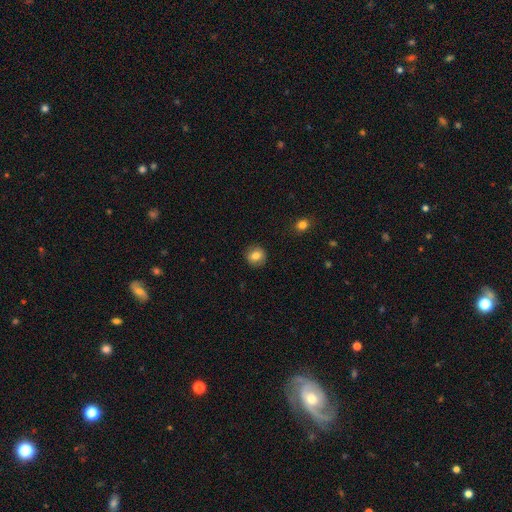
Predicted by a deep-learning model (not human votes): A smooth galaxy with no disk features (80%) that is round (85%).

Vote fractions:
- Smooth or featured? smooth: 80% / featured or disk: 11% / star or artifact: 9%
- How rounded? round: 85% / in between: 14% / cigar-shaped: 1%
- Merging? none: 88% / minor disturbance: 8% / major disturbance: 2% / merger: 1%